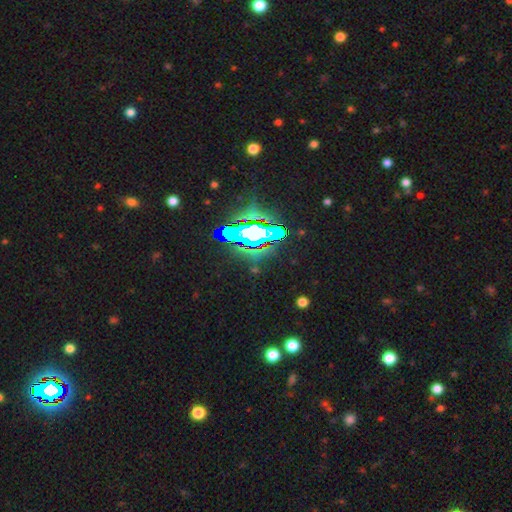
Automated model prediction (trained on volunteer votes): Morphology: type=star or artifact (69%).